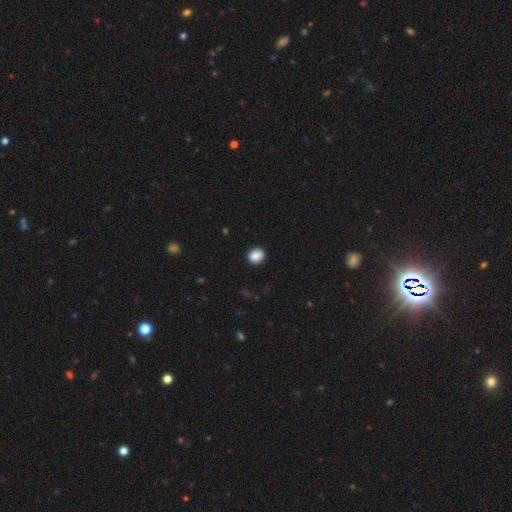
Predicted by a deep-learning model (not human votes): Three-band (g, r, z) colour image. It shows a smooth galaxy with no disk features (88%) that is round (66%). Merging: none (90%).